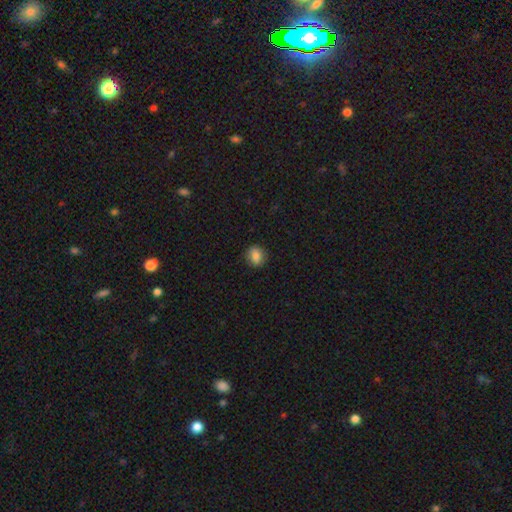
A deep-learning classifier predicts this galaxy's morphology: smooth_or_featured: smooth (p=0.84) [alt: star or artifact p=0.10]
how_rounded: round (p=0.62) [alt: in between p=0.36]
merging: none (p=0.86) [alt: minor disturbance p=0.11]